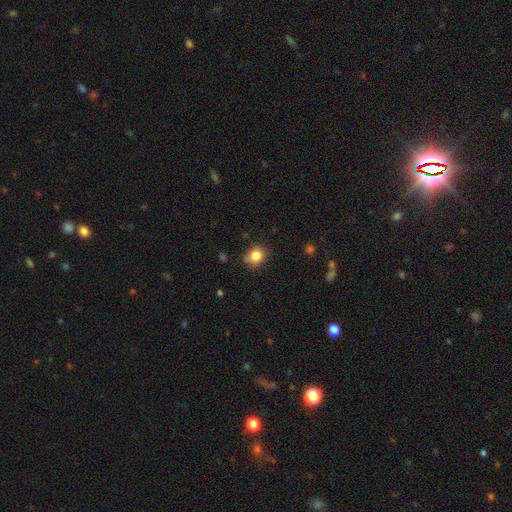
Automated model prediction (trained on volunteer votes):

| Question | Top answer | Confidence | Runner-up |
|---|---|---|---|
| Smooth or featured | smooth | 83% | star or artifact (11%) |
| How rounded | round | 74% | in between (25%) |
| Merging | none | 74% | minor disturbance (19%) |